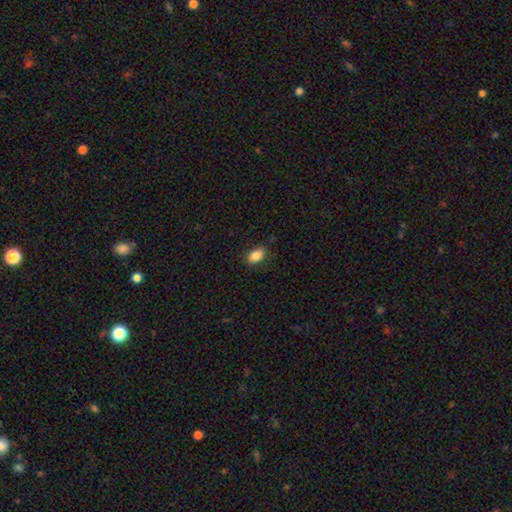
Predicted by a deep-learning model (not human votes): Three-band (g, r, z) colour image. It shows a smooth galaxy with no disk features (85%) that is in between round and cigar-shaped (88%). Merging: none (86%).